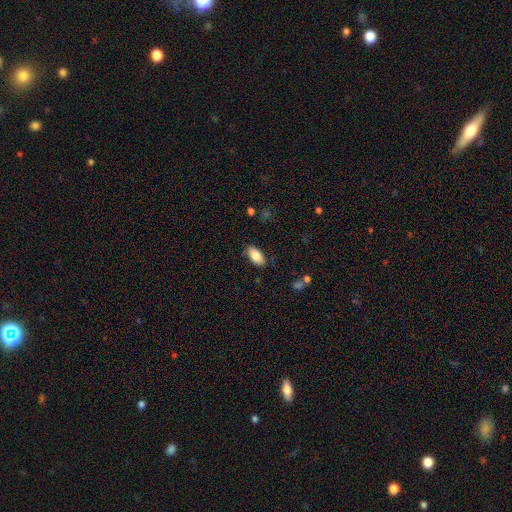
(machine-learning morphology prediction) Overall: smooth (84%). How rounded: in between (92%). Merging: none (85%).